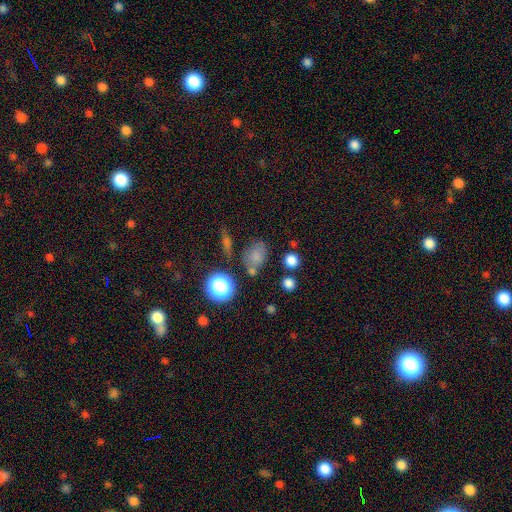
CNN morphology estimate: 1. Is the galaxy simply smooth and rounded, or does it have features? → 71% smooth, 19% star or artifact, 10% featured or disk.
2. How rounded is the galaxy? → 59% in between, 39% round, 2% cigar-shaped.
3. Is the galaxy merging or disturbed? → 60% none, 19% minor disturbance, 14% merger, 8% major disturbance.